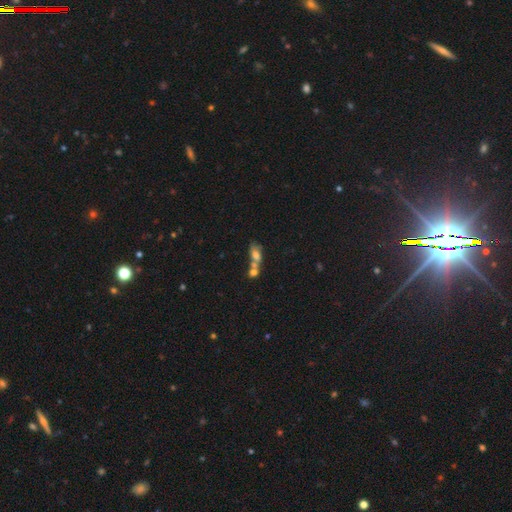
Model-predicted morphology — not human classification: Smooth or featured? smooth (62%)
How rounded? in between (71%)
Merging? merger (59%)